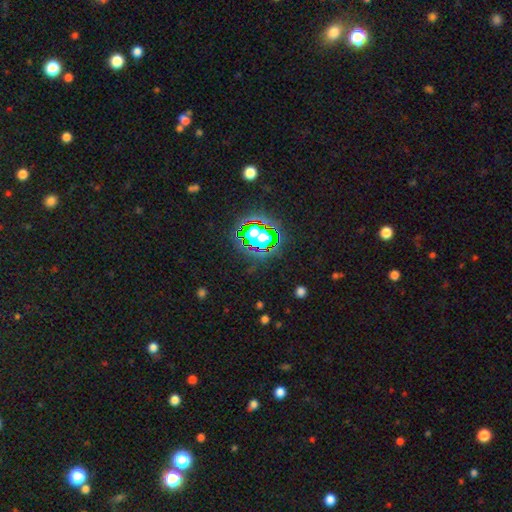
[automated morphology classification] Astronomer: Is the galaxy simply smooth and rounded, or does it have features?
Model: star or artifact — 81%.